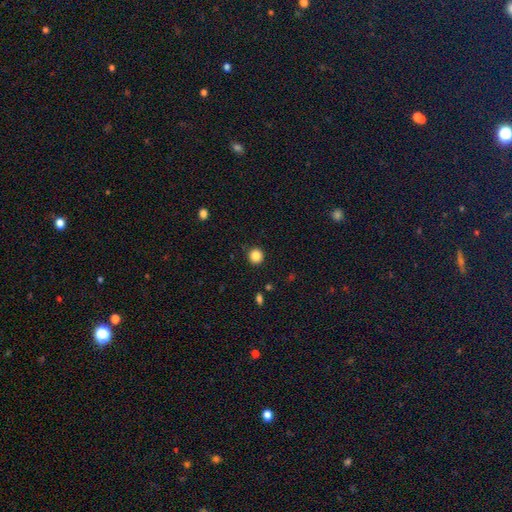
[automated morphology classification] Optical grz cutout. It shows a smooth galaxy with no disk features (86%) that is round (94%). Merging: none (91%).